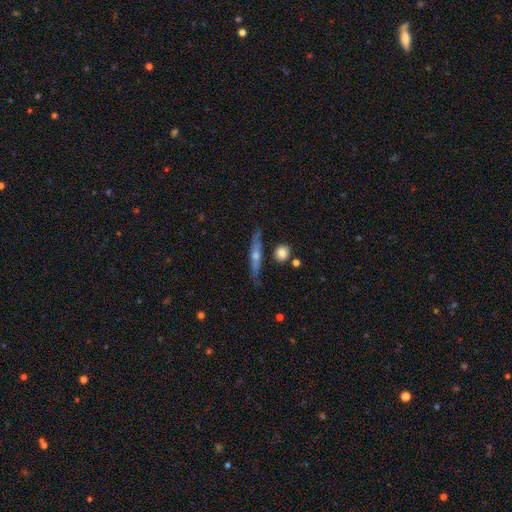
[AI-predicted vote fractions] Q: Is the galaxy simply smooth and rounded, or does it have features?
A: featured or disk — 63%.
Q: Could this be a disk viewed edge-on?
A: yes — 92%.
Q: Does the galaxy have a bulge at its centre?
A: rounded — 79%.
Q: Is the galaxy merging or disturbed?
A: none — 82%.